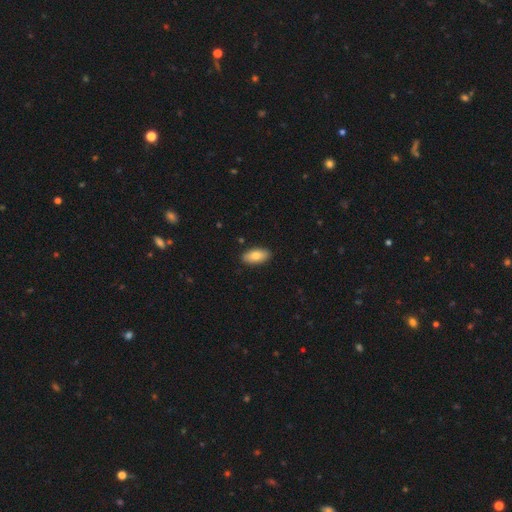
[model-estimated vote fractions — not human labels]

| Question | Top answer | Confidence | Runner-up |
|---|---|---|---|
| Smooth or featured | smooth | 81% | featured or disk (13%) |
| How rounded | in between | 92% | cigar-shaped (6%) |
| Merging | none | 89% | minor disturbance (8%) |